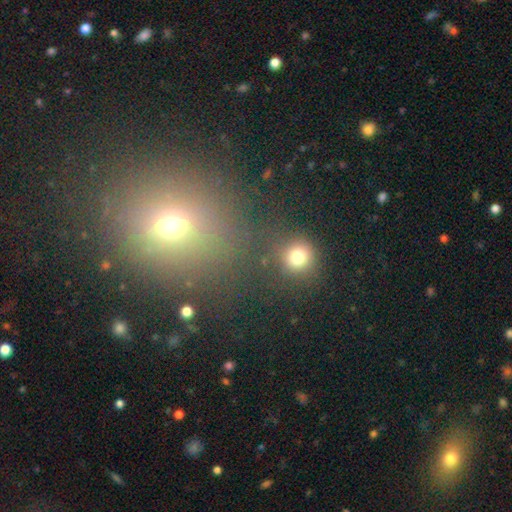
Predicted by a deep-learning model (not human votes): A smooth galaxy with no disk features (51%) that is round (78%). Merging: none (80%).